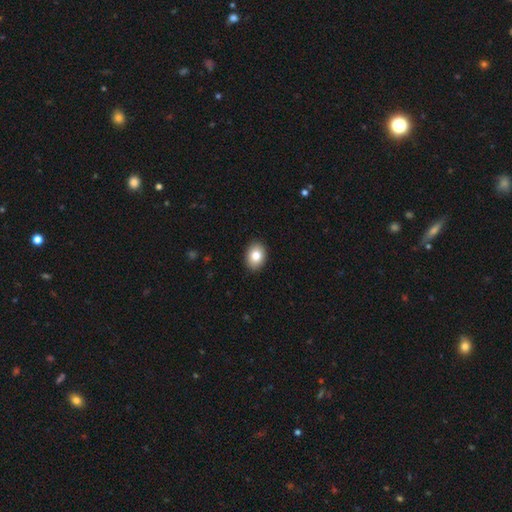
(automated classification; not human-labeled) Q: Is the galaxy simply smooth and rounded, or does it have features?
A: smooth — 83%.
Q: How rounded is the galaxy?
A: in between — 69%.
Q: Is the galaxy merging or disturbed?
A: none — 90%.